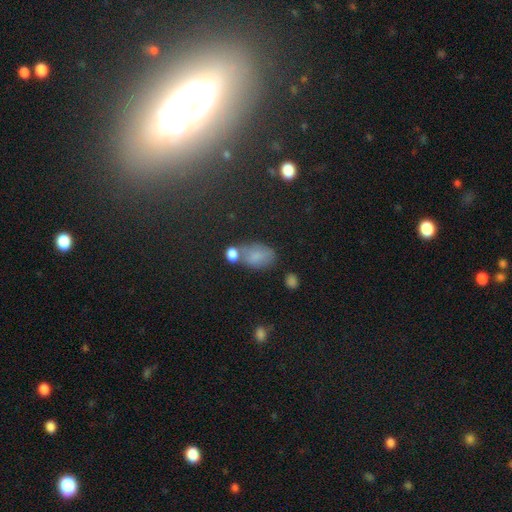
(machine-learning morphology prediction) smooth_or_featured: smooth (p=0.72) [alt: star or artifact p=0.14]
how_rounded: in between (p=0.87) [alt: round p=0.11]
merging: none (p=0.48) [alt: minor disturbance p=0.22]